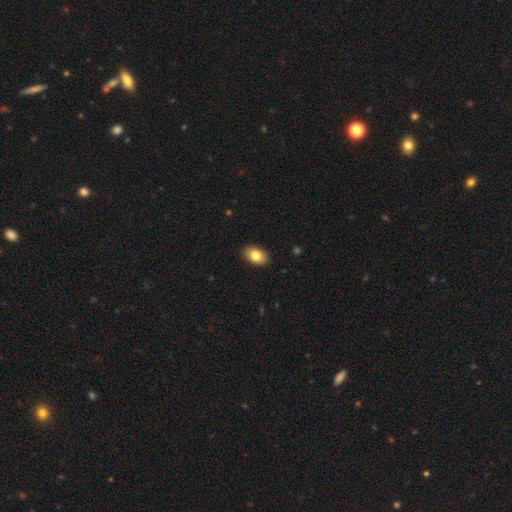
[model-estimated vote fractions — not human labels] Q: Smooth or featured?
A: smooth (80%); runner-up: featured or disk (12%)
Q: How rounded?
A: in between (87%); runner-up: round (11%)
Q: Merging?
A: none (88%); runner-up: minor disturbance (9%)